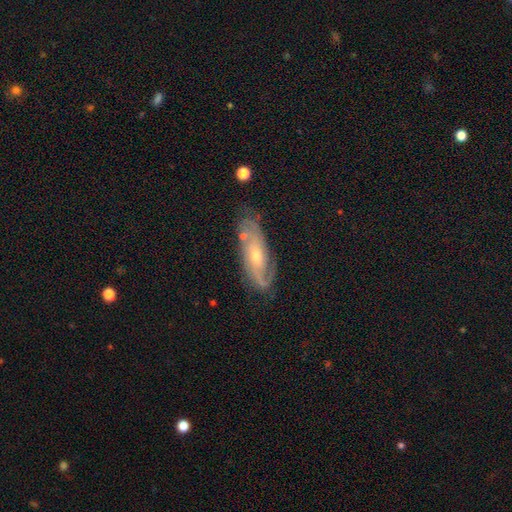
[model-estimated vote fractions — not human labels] Smooth or featured? featured or disk (76%)
Edge-on disk? no (81%)
Bar? no (64%)
Spiral arms? yes (88%)
Spiral winding? tight (49%)
Spiral arm count? 2 (44%)
Bulge size? small (52%)
Merging? none (72%)